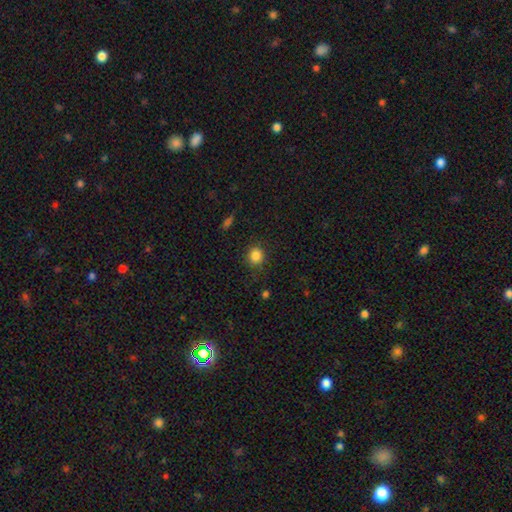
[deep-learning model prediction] A smooth galaxy with no disk features (85%) that is round (86%). Merging: none (86%).